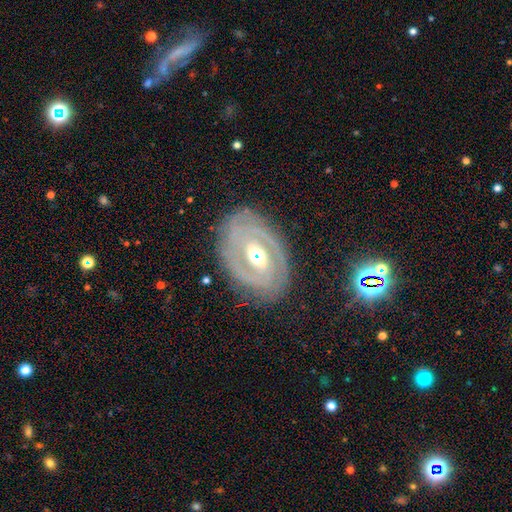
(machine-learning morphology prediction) The model was most divided on "bar" (2-way tie): no: 39%, weak: 39%, strong: 22%. Remaining: edge-on disk — no (95%); smooth or featured — featured or disk (84%); spiral arms — yes (84%); merging — none (78%); spiral winding — tight (69%); bulge size — moderate (67%); spiral arm count — 2 (49%).